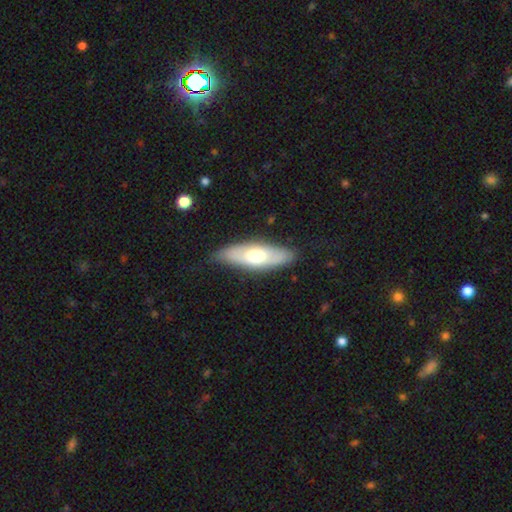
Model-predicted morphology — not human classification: This is possibly a smooth galaxy (54%). How rounded: likely in between (65%). Merging: clearly none (82%).